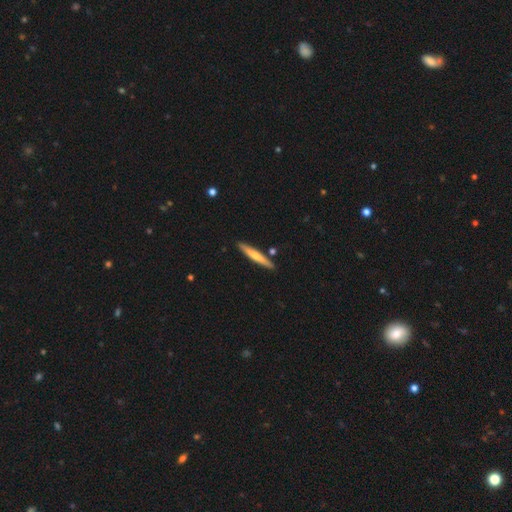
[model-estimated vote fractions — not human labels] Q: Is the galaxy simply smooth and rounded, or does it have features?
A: smooth — 59%.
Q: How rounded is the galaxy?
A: cigar-shaped — 94%.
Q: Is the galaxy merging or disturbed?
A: none — 86%.